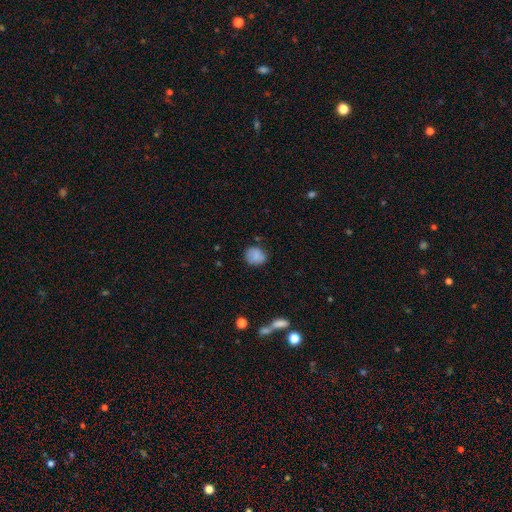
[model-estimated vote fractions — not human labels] A smooth galaxy with no disk features (81%) that is round (70%).

Vote fractions:
- Smooth or featured? smooth: 81% / featured or disk: 10% / star or artifact: 9%
- How rounded? round: 70% / in between: 29% / cigar-shaped: 1%
- Merging? none: 72% / minor disturbance: 20% / major disturbance: 5% / merger: 3%